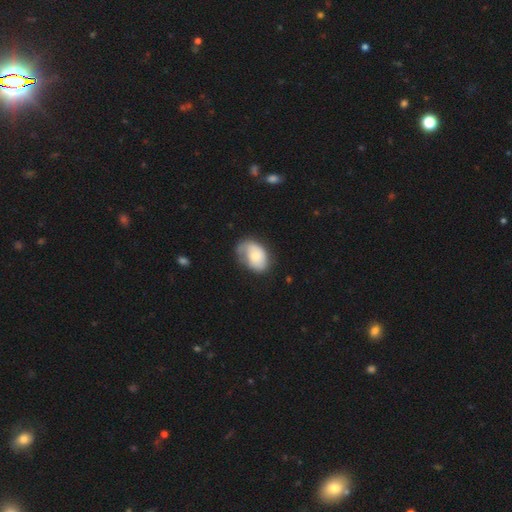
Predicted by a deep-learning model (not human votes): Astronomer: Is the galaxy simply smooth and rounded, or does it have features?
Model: smooth — 56% (runner-up: featured or disk, 37%).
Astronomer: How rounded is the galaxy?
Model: in between — 83%.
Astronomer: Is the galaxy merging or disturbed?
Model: none — 45% (runner-up: minor disturbance, 33%).